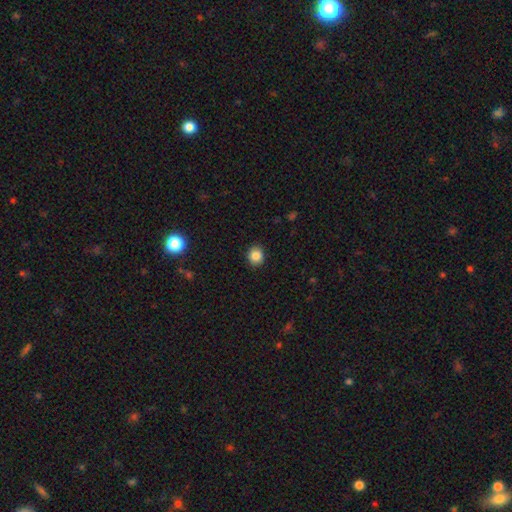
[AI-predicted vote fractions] Smooth or featured? Predicted: smooth (p=0.85). How rounded? Predicted: round (p=0.80). Merging? Predicted: none (p=0.90).